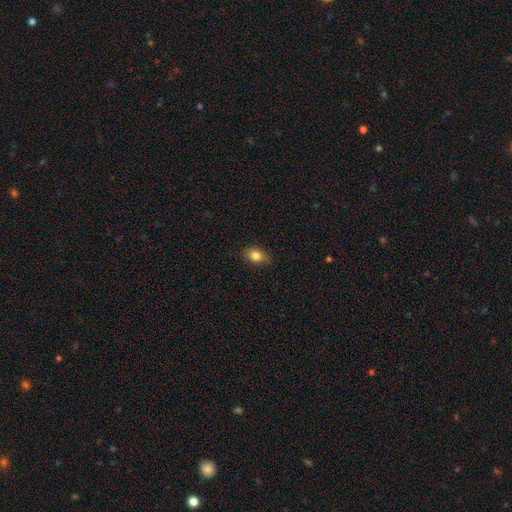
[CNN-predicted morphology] smooth 83%, star or artifact 9%, featured or disk 7%. Down the decision tree: how rounded — in between (80%); merging — none (87%).